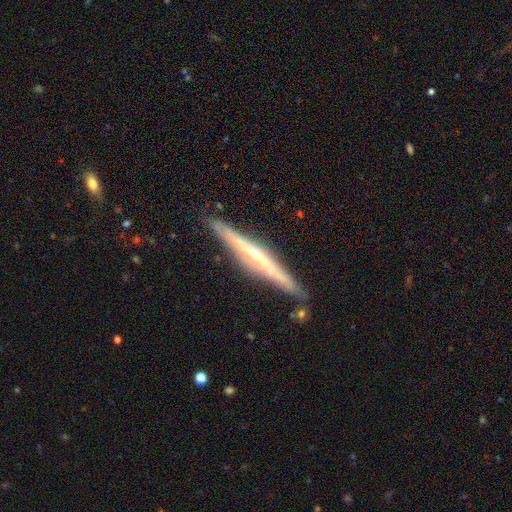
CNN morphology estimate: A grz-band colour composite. It shows a featured or disk galaxy (70%) viewed edge-on (96%) with no central bulge (51%). Merging: none (86%).